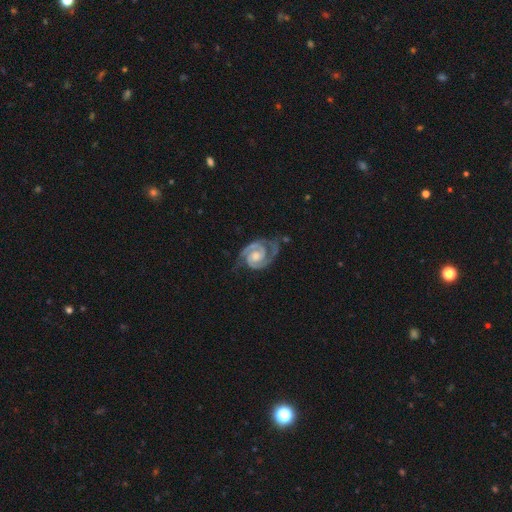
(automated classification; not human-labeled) featured or disk 92%, star or artifact 4%, smooth 4%. Down the decision tree: edge-on disk — no (98%); bar — no (61%); spiral arms — yes (99%); spiral arm count — 2 (92%); spiral winding — tight (57%); bulge size — moderate (54%); merging — none (69%).